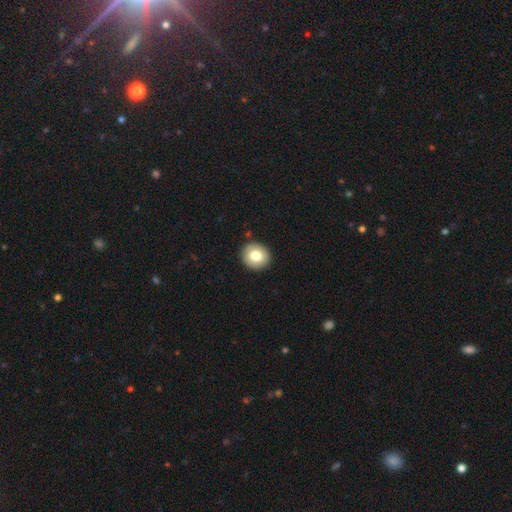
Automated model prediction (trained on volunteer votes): smooth 79%, featured or disk 12%, star or artifact 9%. Down the decision tree: how rounded — round (87%); merging — none (91%).